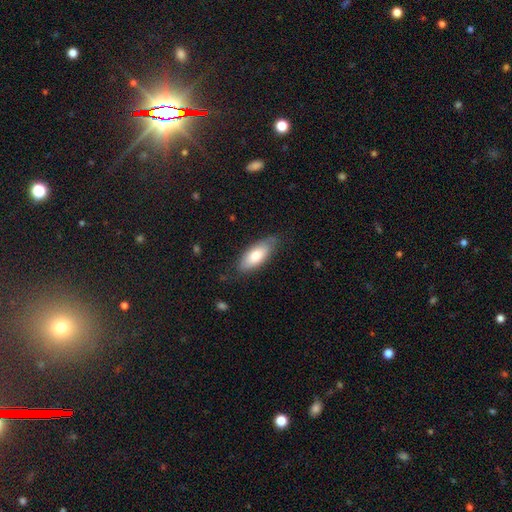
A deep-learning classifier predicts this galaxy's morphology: Smooth or featured? smooth (75%)
How rounded? in between (81%)
Merging? none (75%)